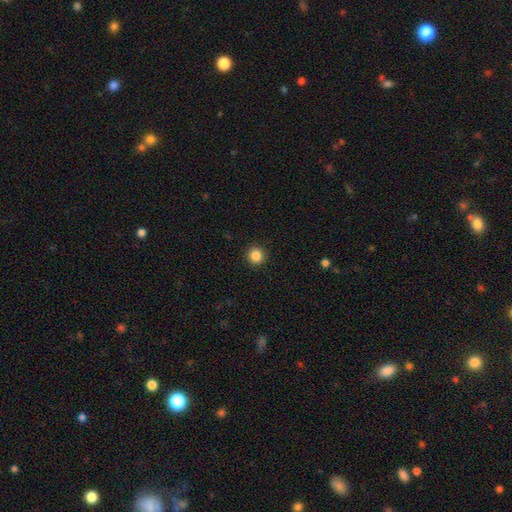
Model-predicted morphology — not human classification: Smooth or featured?
  - smooth: 86% *
  - star or artifact: 10%
  - featured or disk: 4%
How rounded?
  - round: 95% *
  - in between: 4%
  - cigar-shaped: 1%
Merging?
  - none: 93% *
  - minor disturbance: 5%
  - major disturbance: 2%
  - merger: 1%